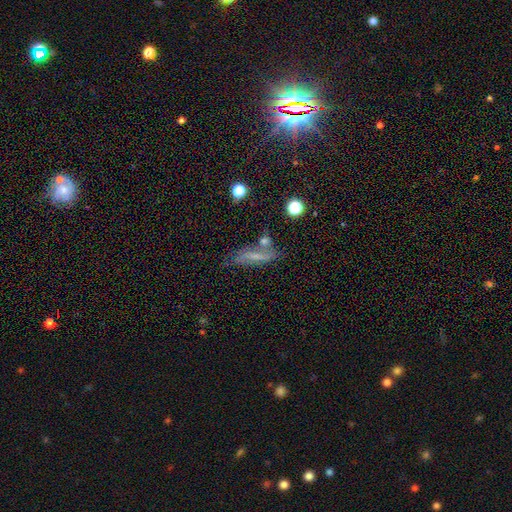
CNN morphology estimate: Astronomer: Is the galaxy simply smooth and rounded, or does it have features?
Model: smooth — 49% (runner-up: featured or disk, 36%).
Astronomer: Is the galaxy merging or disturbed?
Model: none — 52%.